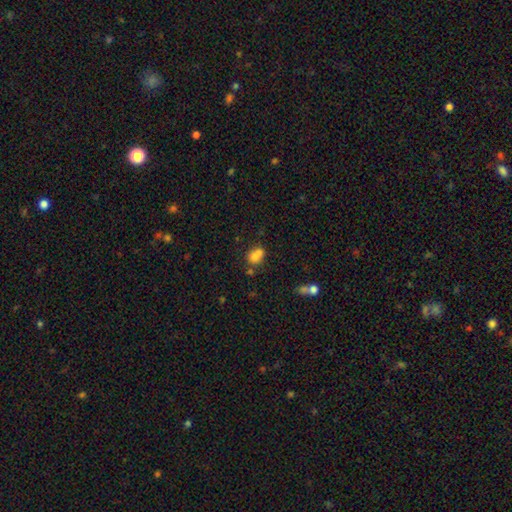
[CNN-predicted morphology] This is likely a smooth galaxy (73%). How rounded: possibly round (52%). Merging: possibly merger (51%).